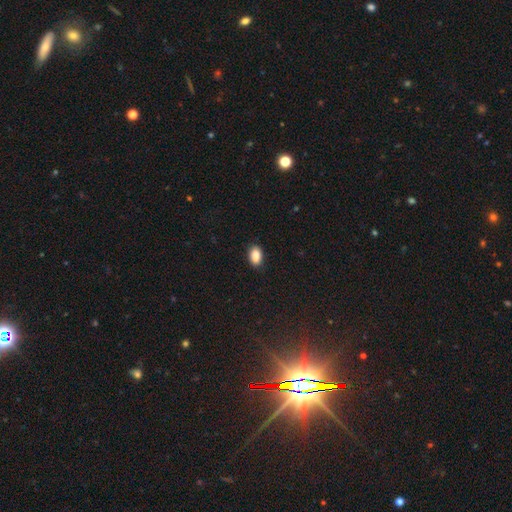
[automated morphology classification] smooth 89%, star or artifact 8%, featured or disk 4%. Down the decision tree: how rounded — in between (90%); merging — none (88%).